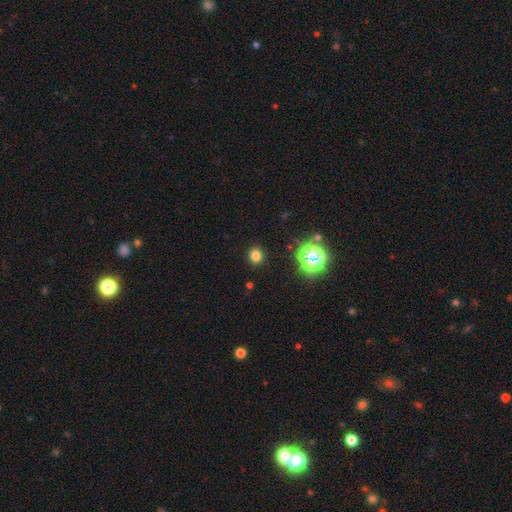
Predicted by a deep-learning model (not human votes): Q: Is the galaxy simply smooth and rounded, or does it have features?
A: smooth — 75%.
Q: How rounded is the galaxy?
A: round — 85%.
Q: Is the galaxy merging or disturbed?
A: none — 91%.